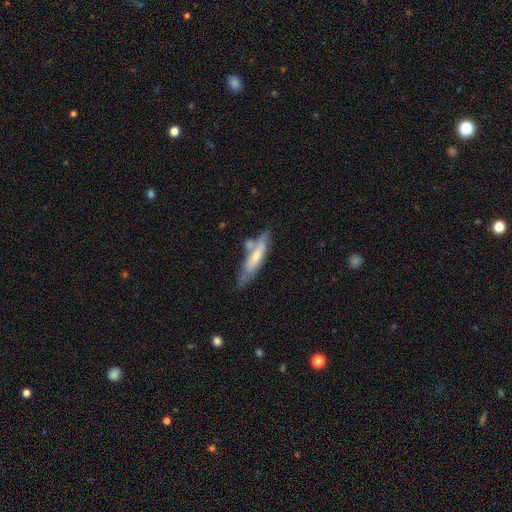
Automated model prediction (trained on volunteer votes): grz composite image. It shows a smooth galaxy with no disk features (51%) that is cigar-shaped (71%). Merging: none (47%).